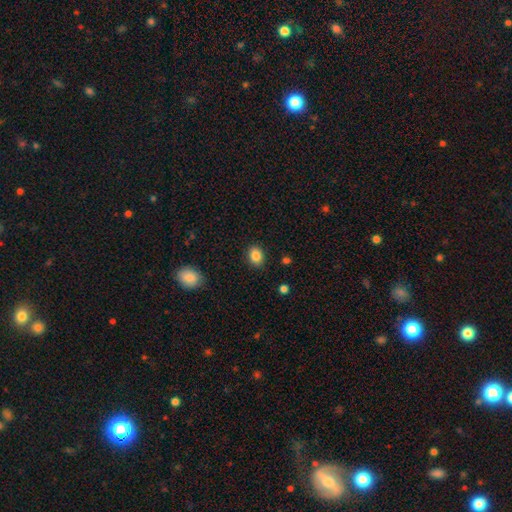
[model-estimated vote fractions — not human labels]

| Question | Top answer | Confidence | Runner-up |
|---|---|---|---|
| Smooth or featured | smooth | 86% | star or artifact (9%) |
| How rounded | in between | 56% | round (43%) |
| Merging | none | 88% | minor disturbance (9%) |